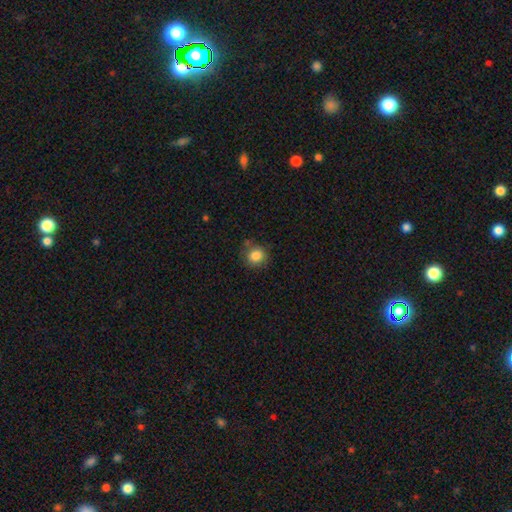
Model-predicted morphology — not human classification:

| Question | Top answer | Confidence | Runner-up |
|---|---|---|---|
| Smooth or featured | smooth | 85% | star or artifact (10%) |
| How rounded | round | 88% | in between (11%) |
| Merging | none | 79% | minor disturbance (13%) |